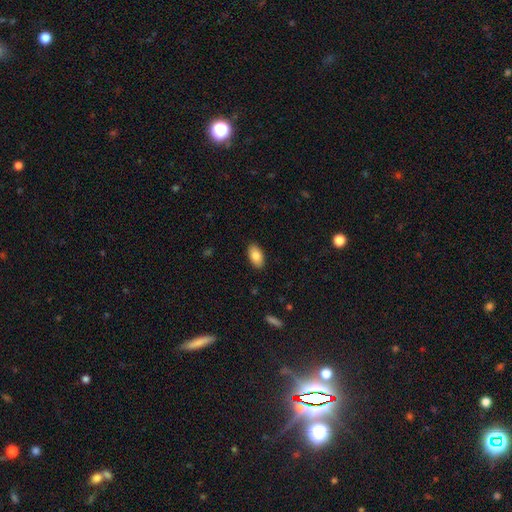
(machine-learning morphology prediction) Smooth or featured?
  - smooth: 85% *
  - featured or disk: 8%
  - star or artifact: 7%
How rounded?
  - in between: 94% *
  - round: 4%
  - cigar-shaped: 2%
Merging?
  - none: 89% *
  - minor disturbance: 8%
  - major disturbance: 2%
  - merger: 1%